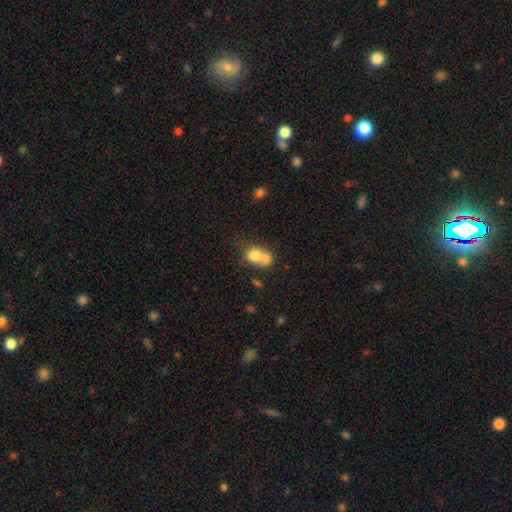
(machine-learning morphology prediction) This is likely a smooth galaxy (73%). How rounded: possibly round (51%). Merging: likely merger (65%).